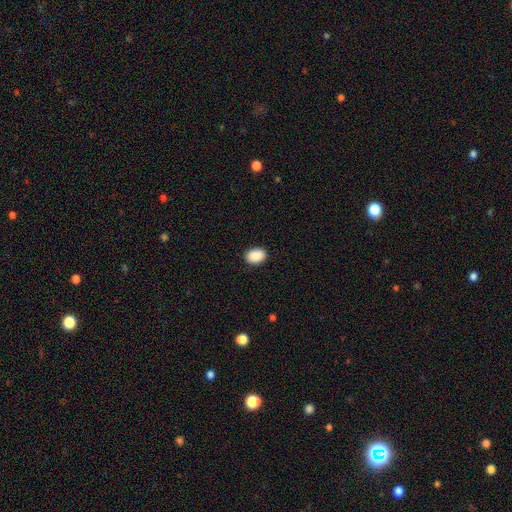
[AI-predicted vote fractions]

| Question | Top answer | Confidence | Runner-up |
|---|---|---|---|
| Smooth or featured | smooth | 90% | star or artifact (7%) |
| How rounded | in between | 76% | round (23%) |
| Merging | none | 89% | minor disturbance (8%) |